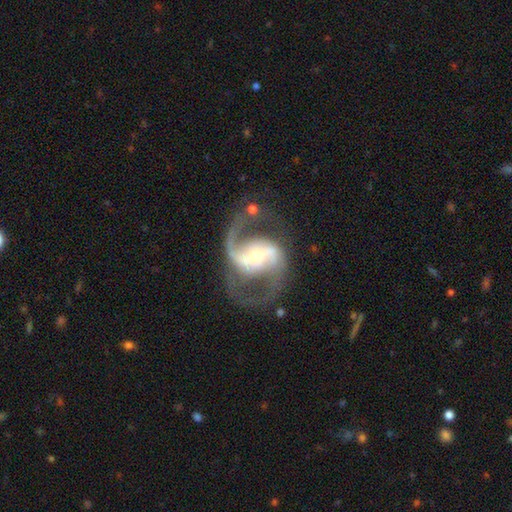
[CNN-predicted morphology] Overall: featured or disk (92%). Edge-on disk: no (98%). Bar: strong (50%; weak 32%). Spiral arms: yes (97%). Spiral arm count: 2 (94%). Spiral winding: medium (53%; loose 38%). Bulge size: small (49%; moderate 44%). Merging: none (74%).